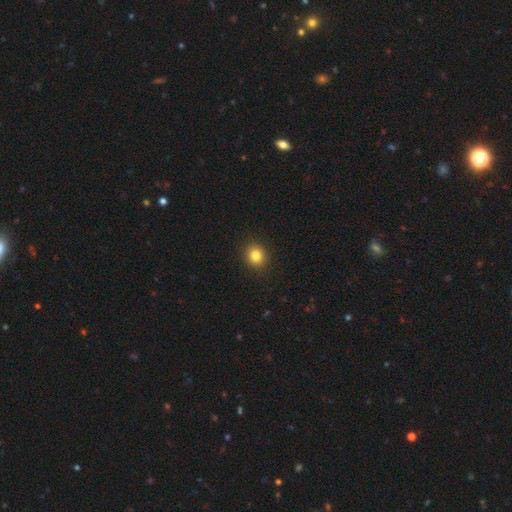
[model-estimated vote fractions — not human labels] smooth-or-featured: smooth: 83% | star or artifact: 12% | featured or disk: 6%
  how-rounded: round: 78% | in between: 21% | cigar-shaped: 1%
  merging: none: 91% | minor disturbance: 6% | major disturbance: 2% | merger: 1%